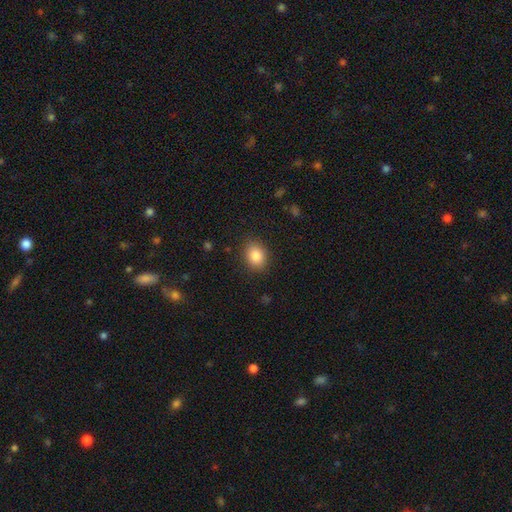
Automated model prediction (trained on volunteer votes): Q: Smooth or featured?
A: smooth (86%); runner-up: star or artifact (9%)
Q: How rounded?
A: in between (54%); runner-up: round (45%)
Q: Merging?
A: none (87%); runner-up: minor disturbance (9%)